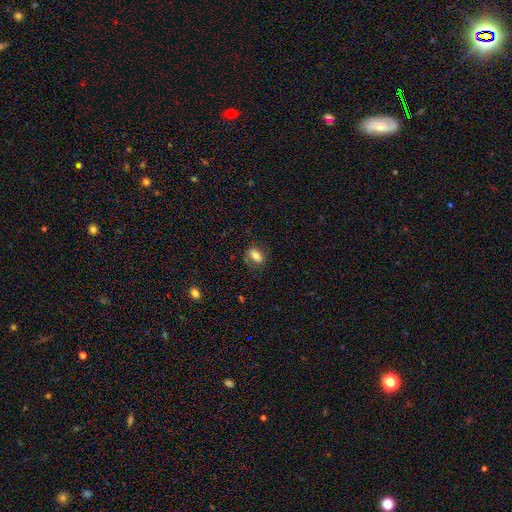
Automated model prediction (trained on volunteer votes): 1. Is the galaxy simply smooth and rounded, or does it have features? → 74% smooth, 17% featured or disk, 9% star or artifact.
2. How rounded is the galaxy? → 83% in between, 11% round, 5% cigar-shaped.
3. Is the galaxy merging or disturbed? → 75% none, 17% minor disturbance, 7% major disturbance, 1% merger.